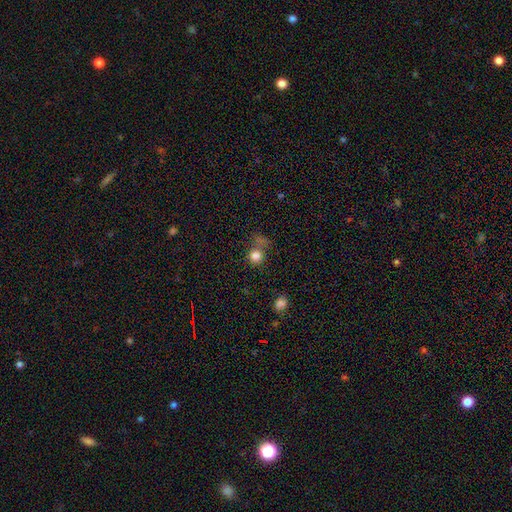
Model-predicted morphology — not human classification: This appears to be a smooth galaxy with no disk features (81%) that is round (89%). Merging: none (58%).